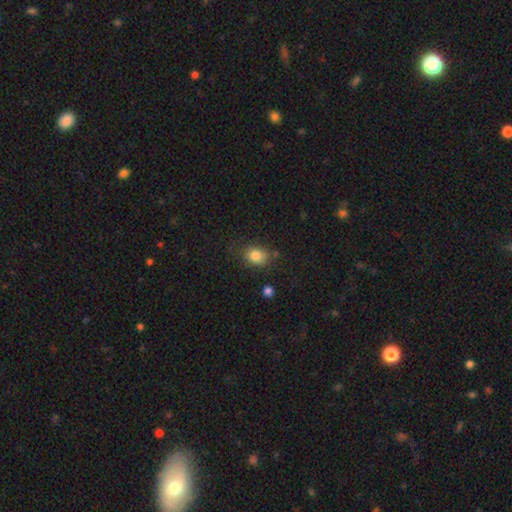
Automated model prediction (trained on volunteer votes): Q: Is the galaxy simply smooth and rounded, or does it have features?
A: smooth — 83%.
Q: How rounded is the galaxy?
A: in between — 54%.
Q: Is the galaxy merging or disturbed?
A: none — 71%.